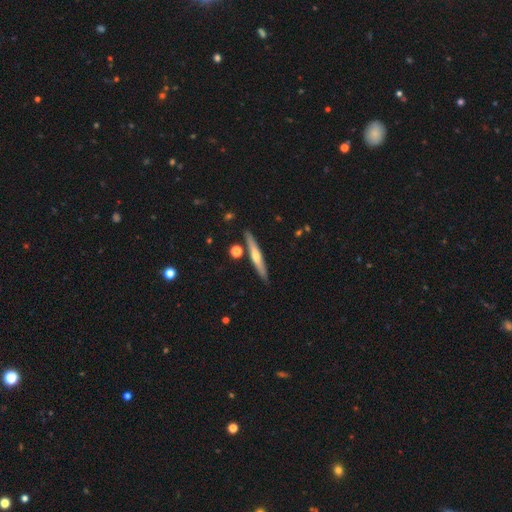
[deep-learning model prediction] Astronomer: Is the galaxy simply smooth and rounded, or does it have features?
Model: featured or disk — 58% (runner-up: smooth, 36%).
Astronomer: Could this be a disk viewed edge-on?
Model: yes — 95%.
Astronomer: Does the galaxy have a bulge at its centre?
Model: rounded — 77%.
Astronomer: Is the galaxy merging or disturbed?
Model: none — 87%.